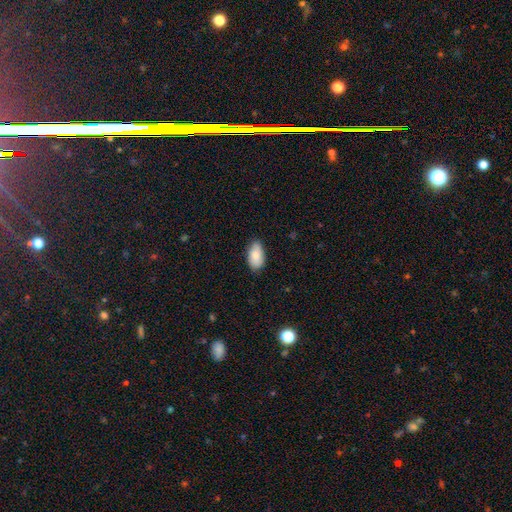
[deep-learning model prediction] Smooth or featured: smooth — 85% (featured or disk — 9%)
How rounded: in between — 95% (round — 3%)
Merging: none — 81% (minor disturbance — 15%)